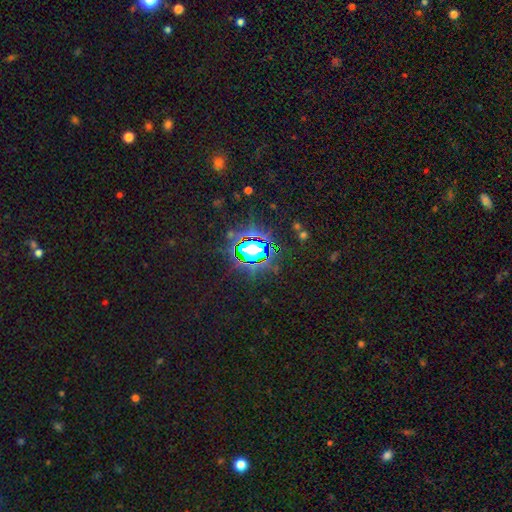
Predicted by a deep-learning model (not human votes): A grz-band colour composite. It shows a star or artifact, not a galaxy (76%).